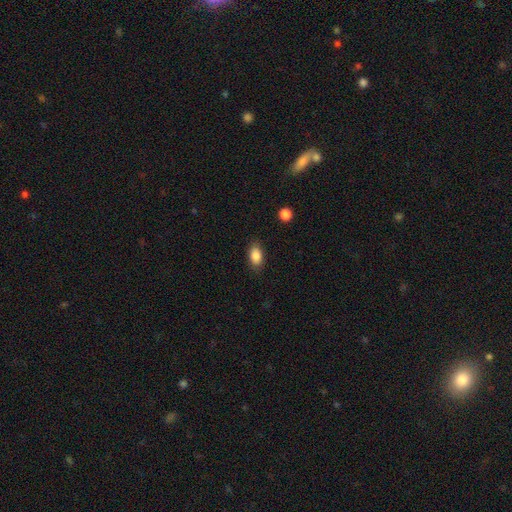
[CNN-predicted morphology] smooth 86%, star or artifact 8%, featured or disk 6%. Down the decision tree: how rounded — in between (89%); merging — none (83%).